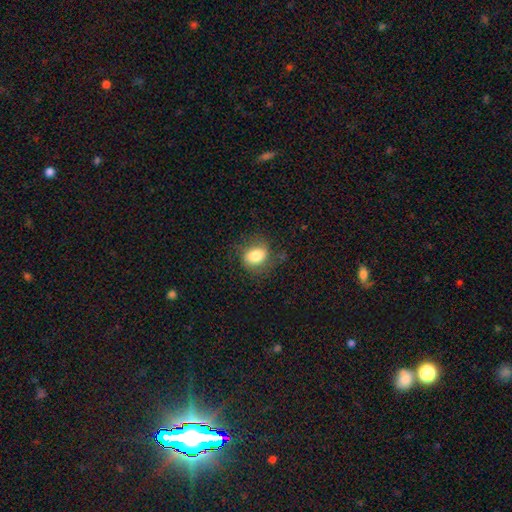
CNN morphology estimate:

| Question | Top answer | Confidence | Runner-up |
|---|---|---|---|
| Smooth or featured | smooth | 77% | featured or disk (15%) |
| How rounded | in between | 60% | round (39%) |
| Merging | none | 67% | minor disturbance (22%) |